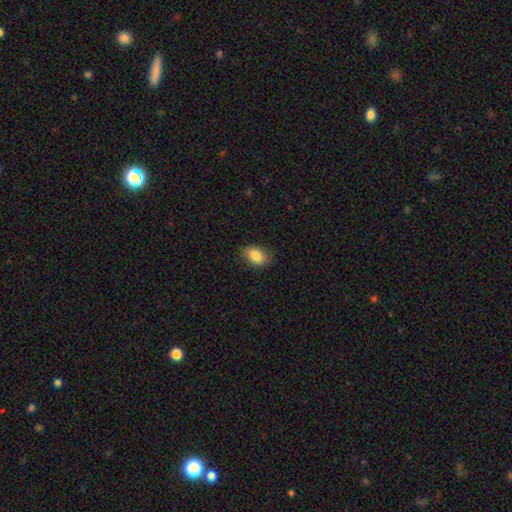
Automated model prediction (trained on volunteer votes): smooth 87%, star or artifact 8%, featured or disk 6%. Down the decision tree: how rounded — in between (84%); merging — none (84%).